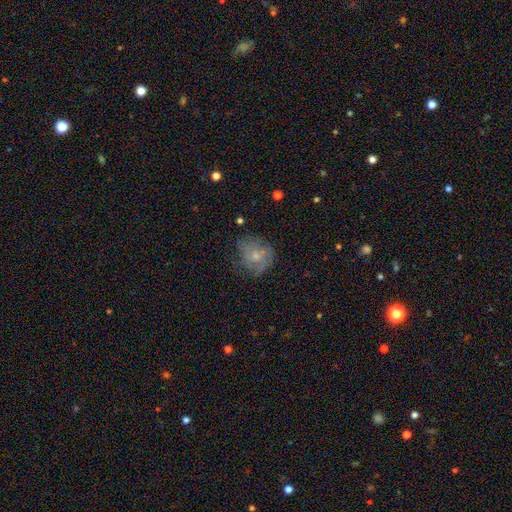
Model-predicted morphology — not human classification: Smooth or featured: smooth — 56% (featured or disk — 34%)
How rounded: round — 75% (in between — 24%)
Merging: none — 54% (minor disturbance — 27%)